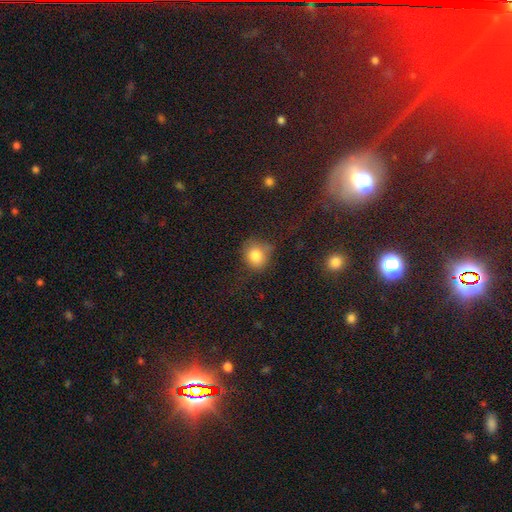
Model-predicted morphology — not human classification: smooth-or-featured: smooth: 80% | star or artifact: 11% | featured or disk: 9%
  how-rounded: round: 69% | in between: 30% | cigar-shaped: 1%
  merging: none: 59% | minor disturbance: 26% | major disturbance: 11% | merger: 4%